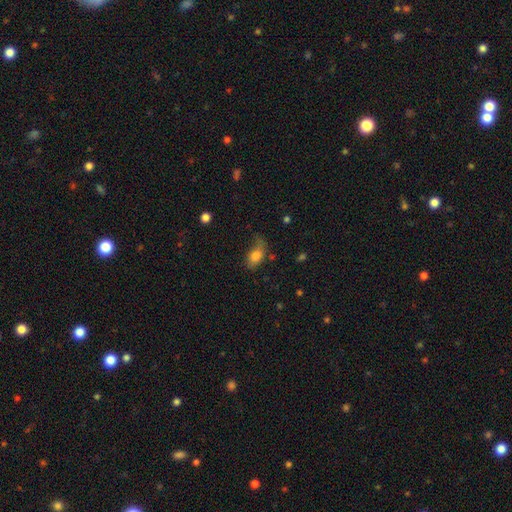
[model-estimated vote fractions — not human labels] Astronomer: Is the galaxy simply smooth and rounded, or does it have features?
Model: smooth — 80%.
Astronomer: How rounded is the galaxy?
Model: in between — 88%.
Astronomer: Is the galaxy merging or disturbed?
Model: none — 44% (runner-up: minor disturbance, 33%).